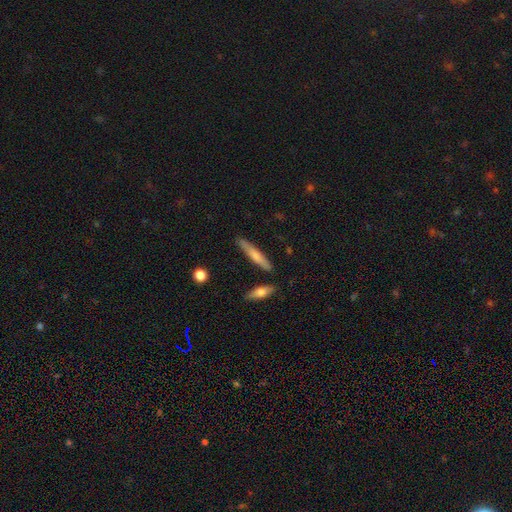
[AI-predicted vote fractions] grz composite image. It shows a smooth galaxy with no disk features (65%) that is cigar-shaped (90%). Merging: none (83%).